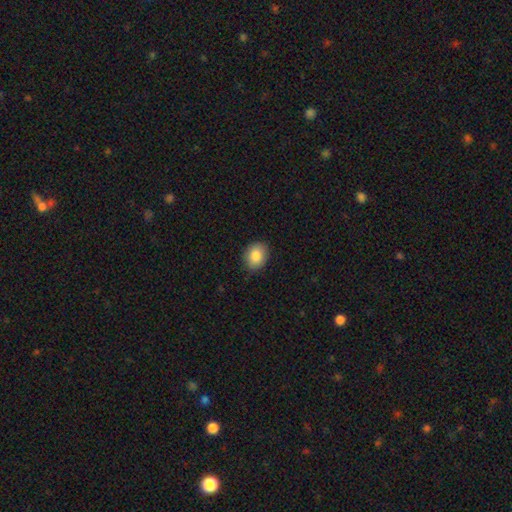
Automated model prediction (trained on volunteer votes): This is clearly a smooth galaxy (87%). How rounded: possibly in between (57%). Merging: clearly none (86%).